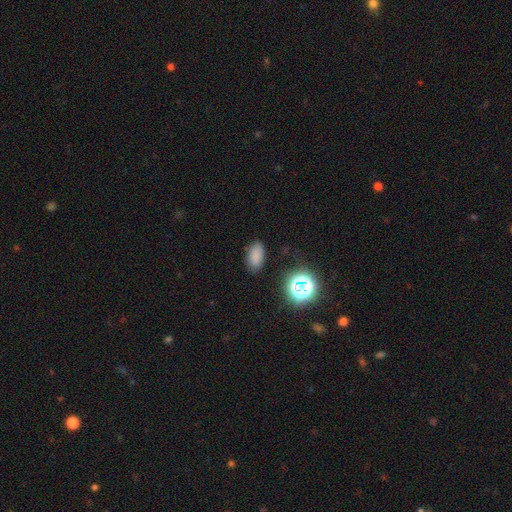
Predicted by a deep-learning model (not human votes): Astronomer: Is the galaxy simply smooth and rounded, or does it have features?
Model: smooth — 78%.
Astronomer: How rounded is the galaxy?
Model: in between — 91%.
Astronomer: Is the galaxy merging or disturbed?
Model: none — 83%.